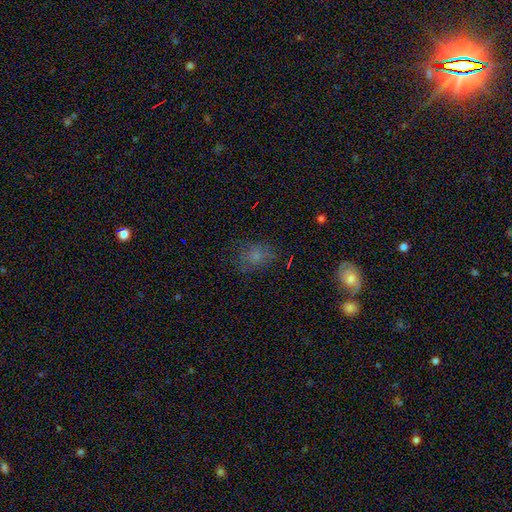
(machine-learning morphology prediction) The model was most divided on "how rounded": in between: 51%, round: 47%, cigar-shaped: 1%. More confident: merging — none (69%); smooth or featured — smooth (68%).